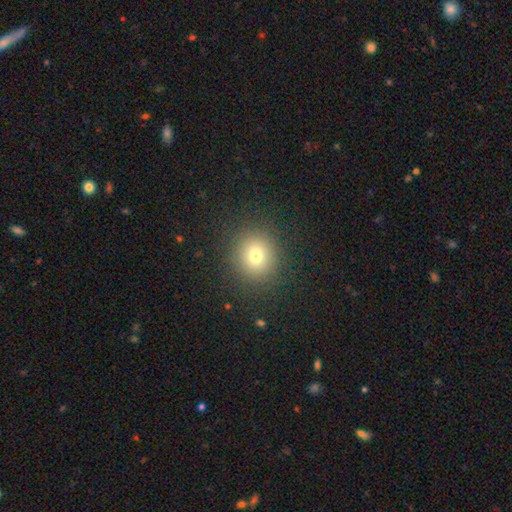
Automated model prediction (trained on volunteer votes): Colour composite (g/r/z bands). It shows a smooth galaxy with no disk features (75%) that is round (85%). Merging: none (89%).